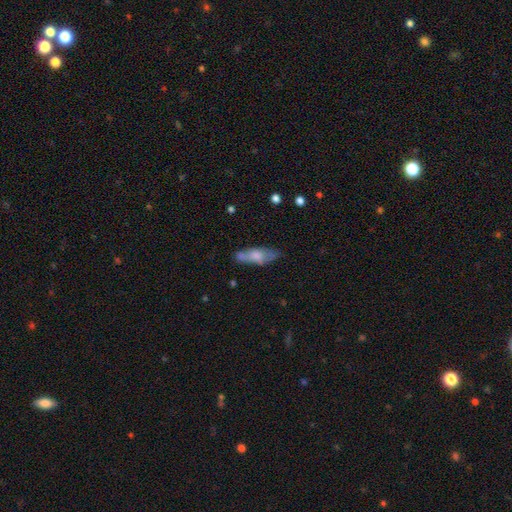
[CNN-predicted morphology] Smooth or featured? Predicted: smooth (p=0.58). How rounded? Predicted: in between (p=0.56). Merging? Predicted: none (p=0.55).